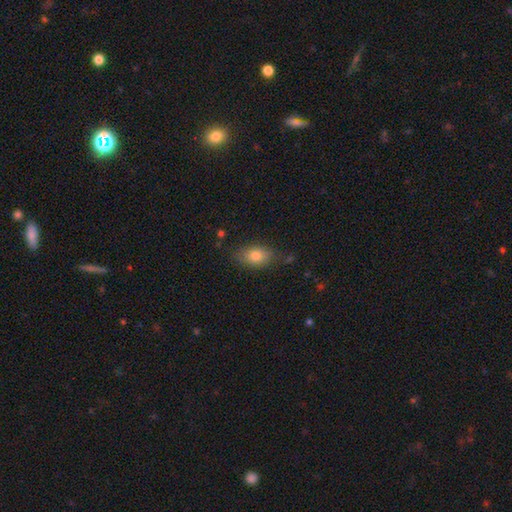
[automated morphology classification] Smooth or featured?
  - smooth: 80% *
  - featured or disk: 12%
  - star or artifact: 9%
How rounded?
  - in between: 84% *
  - round: 14%
  - cigar-shaped: 3%
Merging?
  - none: 76% *
  - minor disturbance: 17%
  - major disturbance: 4%
  - merger: 2%